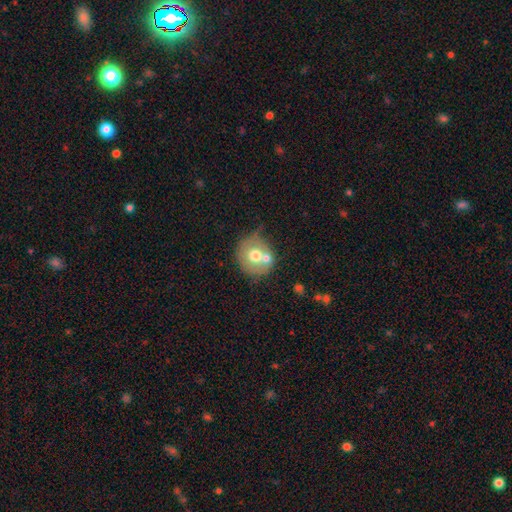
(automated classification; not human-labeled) Overall: smooth (62%; featured or disk 30%). How rounded: round (83%). Merging: none (44%; merger 34%).